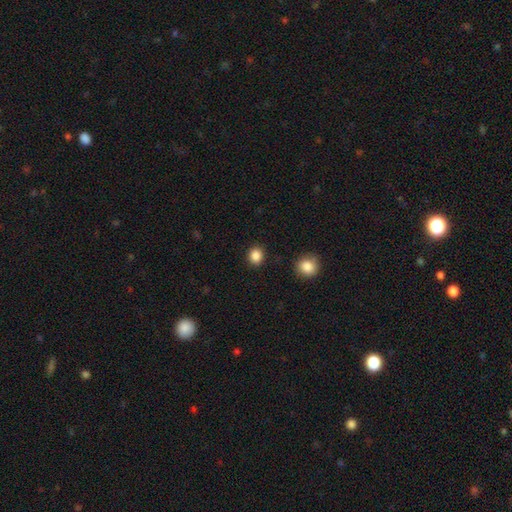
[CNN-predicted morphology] Smooth or featured?
  - smooth: 87% *
  - star or artifact: 10%
  - featured or disk: 3%
How rounded?
  - round: 78% *
  - in between: 21%
  - cigar-shaped: 1%
Merging?
  - none: 90% *
  - minor disturbance: 6%
  - major disturbance: 2%
  - merger: 2%